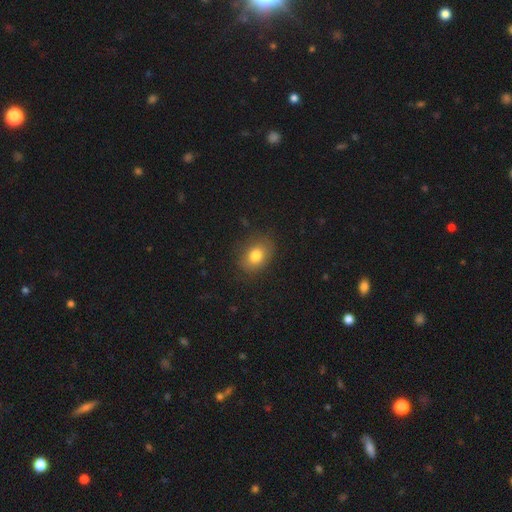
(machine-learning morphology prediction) Q: Smooth or featured?
A: smooth (79%); runner-up: featured or disk (11%)
Q: How rounded?
A: in between (62%); runner-up: round (37%)
Q: Merging?
A: none (80%); runner-up: minor disturbance (14%)